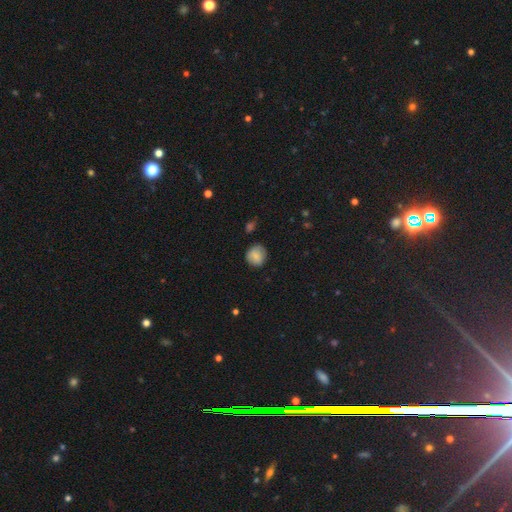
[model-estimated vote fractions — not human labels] This is clearly a smooth galaxy (83%). How rounded: clearly round (84%). Merging: clearly none (80%).